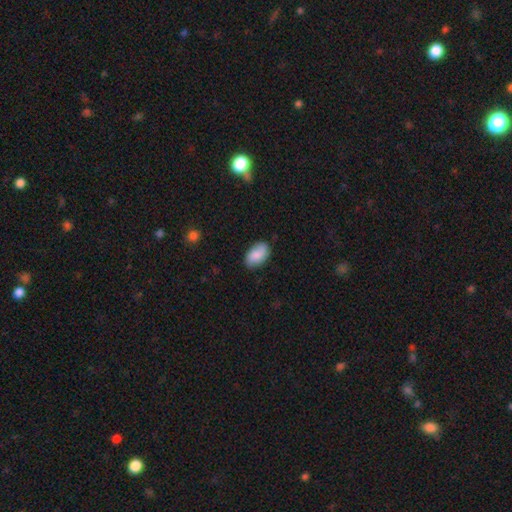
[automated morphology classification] Overall: smooth (83%). How rounded: in between (94%). Merging: none (80%).